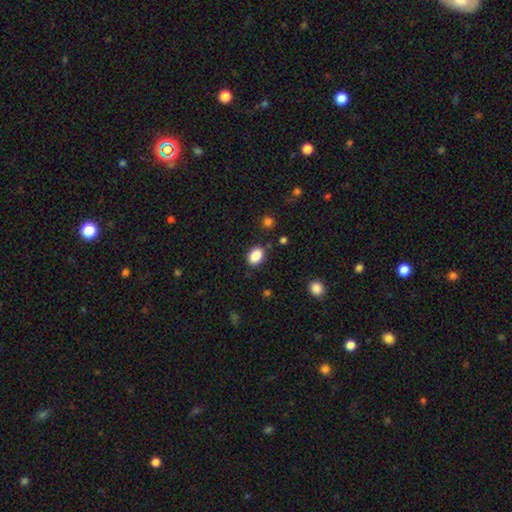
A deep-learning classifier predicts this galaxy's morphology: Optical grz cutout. It shows a smooth galaxy with no disk features (87%) that is in between round and cigar-shaped (72%). Merging: none (84%).